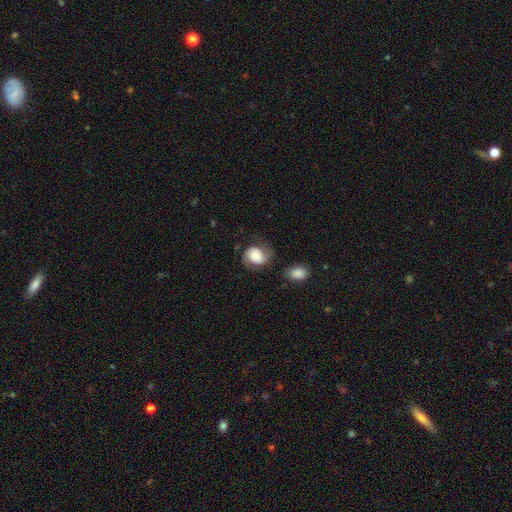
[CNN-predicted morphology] Smooth or featured: featured or disk — 48% (smooth — 44%)
Merging: none — 62% (minor disturbance — 22%)